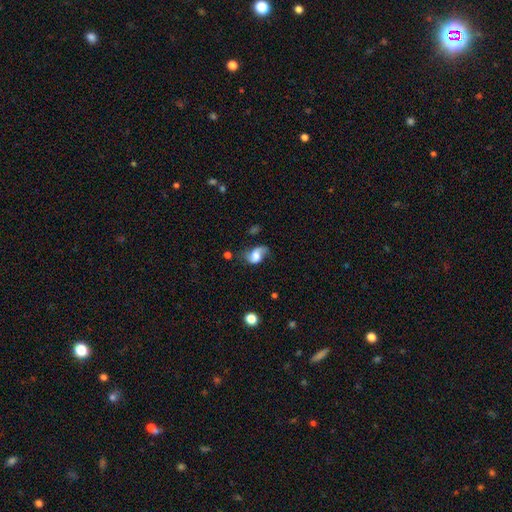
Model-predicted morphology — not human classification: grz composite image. It shows a featured or disk galaxy (51%). Merging: none (43%).